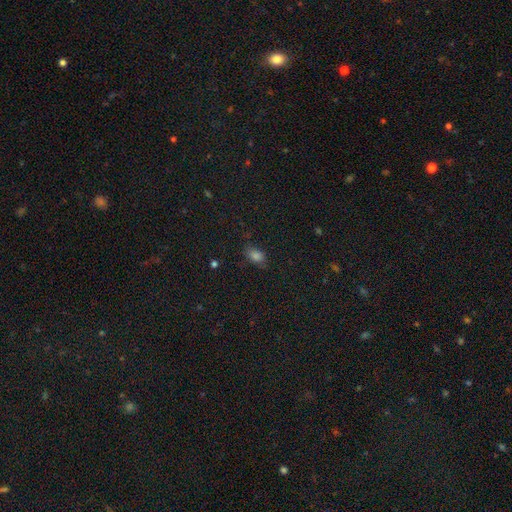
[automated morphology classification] Overall: smooth (78%). How rounded: in between (84%). Merging: none (76%).